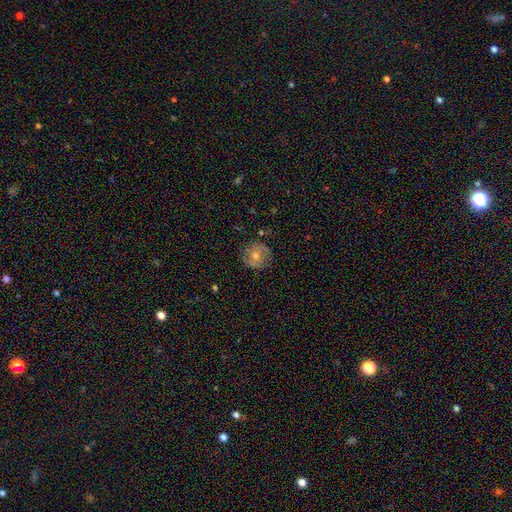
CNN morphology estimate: Smooth or featured?
  - featured or disk: 51% *
  - smooth: 36%
  - star or artifact: 13%
Edge-on disk?
  - no: 96% *
  - yes: 4%
Merging?
  - none: 81% *
  - minor disturbance: 13%
  - major disturbance: 4%
  - merger: 1%